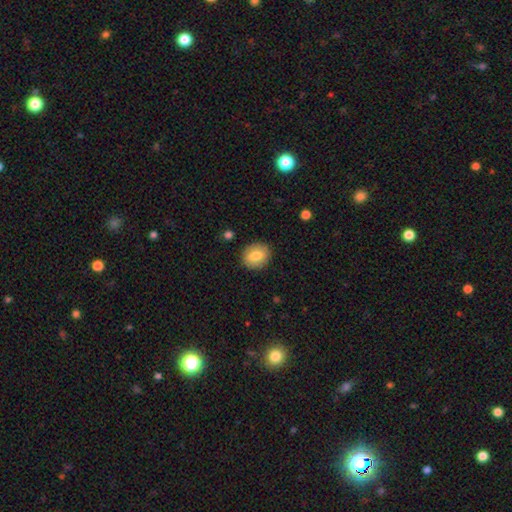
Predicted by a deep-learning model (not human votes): smooth 79%, featured or disk 13%, star or artifact 8%. Down the decision tree: how rounded — round (58%); merging — none (87%).